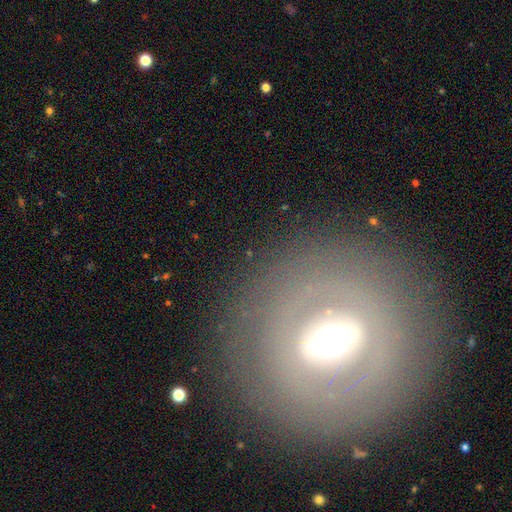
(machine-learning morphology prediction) A featured or disk galaxy (65%) with a strong bar (42%), no spiral arms (75%) and a moderate central bulge (59%).

Vote fractions:
- Smooth or featured? featured or disk: 65% / smooth: 24% / star or artifact: 11%
- Edge-on disk? no: 87% / yes: 13%
- Bar? strong: 42% / weak: 36% / no: 22%
- Spiral arms? no: 75% / yes: 25%
- Bulge size? moderate: 59% / large: 26% / small: 10% / dominant: 4% / none: 1%
- Merging? none: 84% / minor disturbance: 9% / major disturbance: 5% / merger: 2%